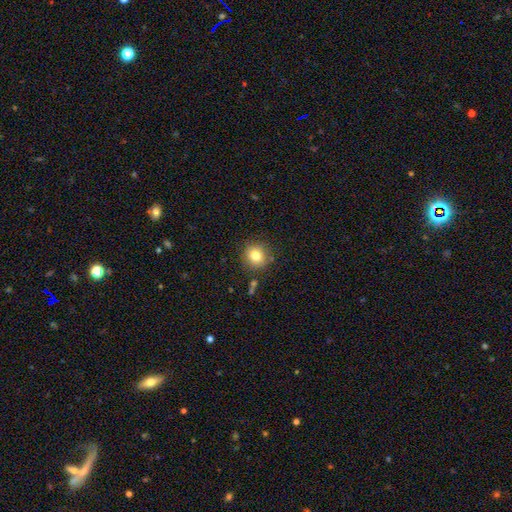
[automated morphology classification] Smooth or featured: smooth — 81% (star or artifact — 11%)
How rounded: round — 88% (in between — 11%)
Merging: none — 84% (minor disturbance — 10%)